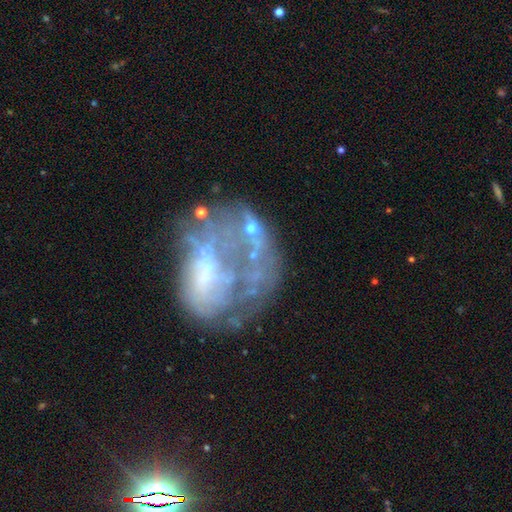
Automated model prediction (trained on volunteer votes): Q: Smooth or featured?
A: featured or disk (62%); runner-up: smooth (21%)
Q: Edge-on disk?
A: no (98%); runner-up: yes (2%)
Q: Bar?
A: no (82%); runner-up: weak (13%)
Q: Spiral arms?
A: no (83%); runner-up: yes (17%)
Q: Bulge size?
A: none (59%); runner-up: small (20%)
Q: Merging?
A: major disturbance (39%); runner-up: none (30%)